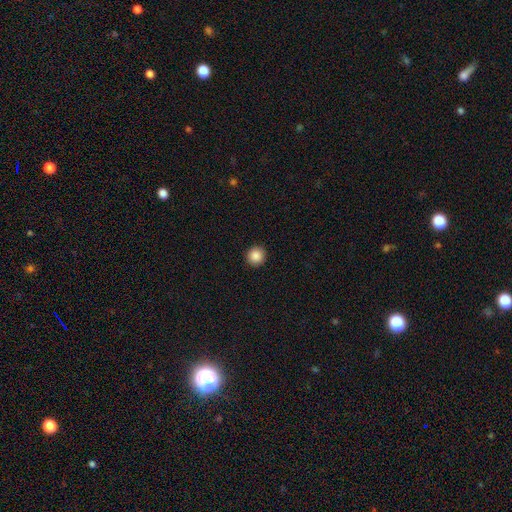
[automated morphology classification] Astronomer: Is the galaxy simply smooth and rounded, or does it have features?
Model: smooth — 87%.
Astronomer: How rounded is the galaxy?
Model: round — 93%.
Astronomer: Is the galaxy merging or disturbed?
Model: none — 93%.